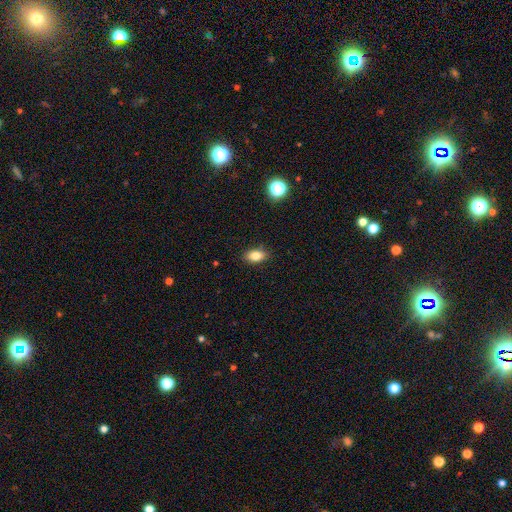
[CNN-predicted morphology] Smooth or featured: smooth — 83% (star or artifact — 10%)
How rounded: in between — 87% (round — 10%)
Merging: none — 87% (minor disturbance — 10%)